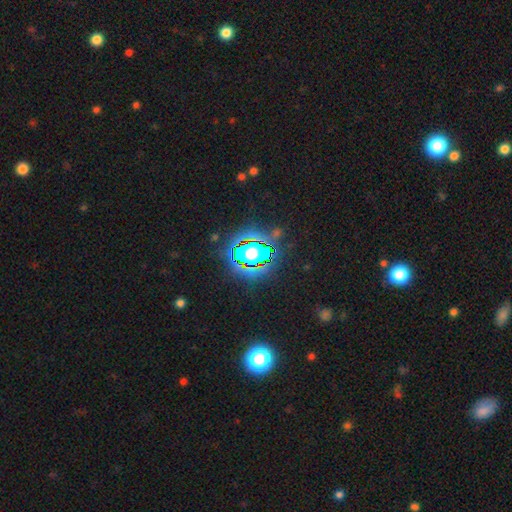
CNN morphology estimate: This appears to be a star or artifact, not a galaxy (81%).